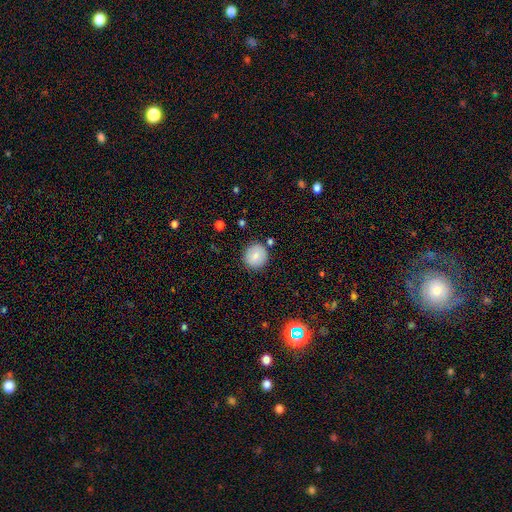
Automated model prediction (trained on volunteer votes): The model was most divided on "smooth or featured": smooth: 82%, featured or disk: 9%, star or artifact: 9%. More confident: how rounded — round (90%); merging — none (85%).